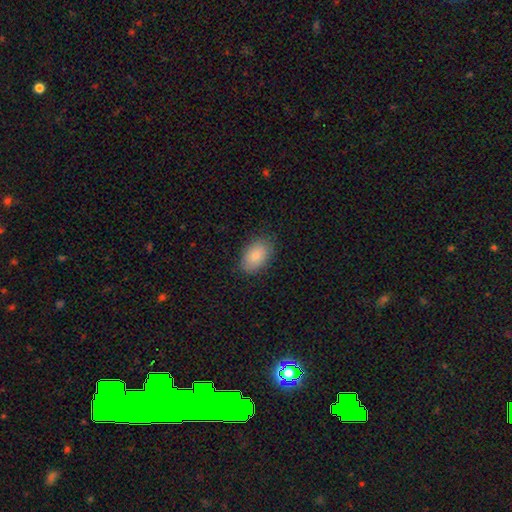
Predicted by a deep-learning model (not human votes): This appears to be a smooth galaxy with no disk features (83%) that is in between round and cigar-shaped (90%). Merging: none (84%).